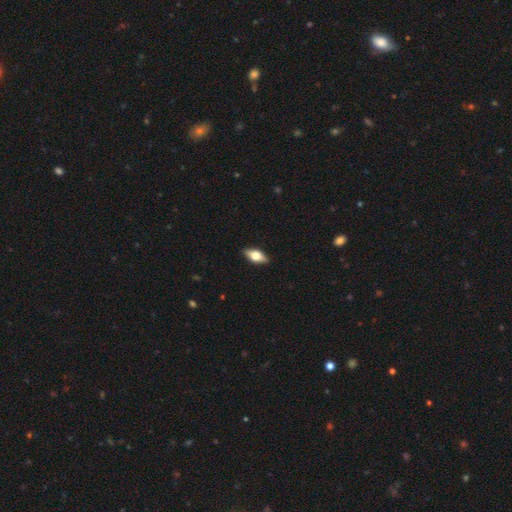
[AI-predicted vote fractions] Smooth or featured? smooth (53%)
How rounded? in between (80%)
Merging? none (89%)